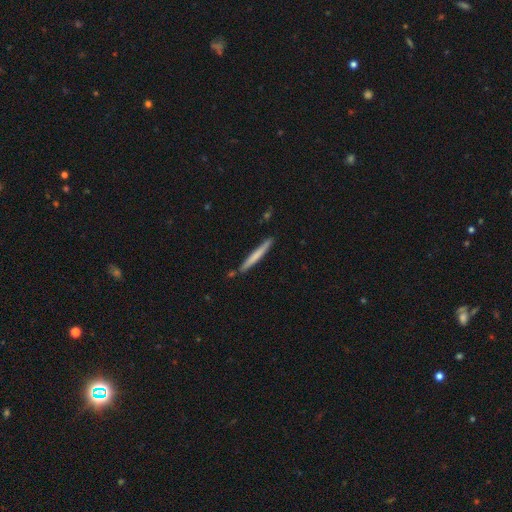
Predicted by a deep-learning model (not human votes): smooth-or-featured: smooth: 63% | featured or disk: 32% | star or artifact: 5%
  how-rounded: cigar-shaped: 97% | in between: 2% | round: 1%
  merging: none: 86% | minor disturbance: 10% | merger: 3% | major disturbance: 2%